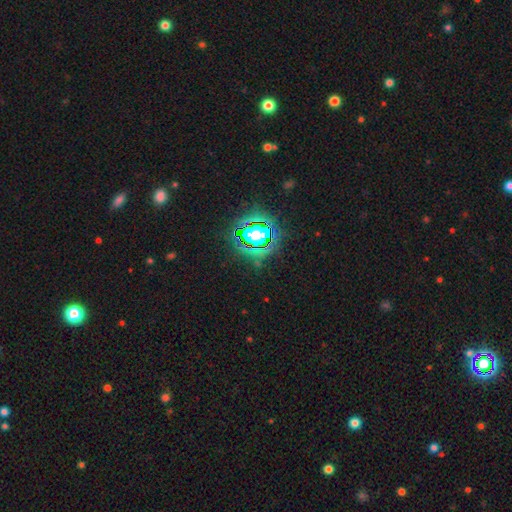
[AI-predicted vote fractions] Smooth or featured? star or artifact (81%)